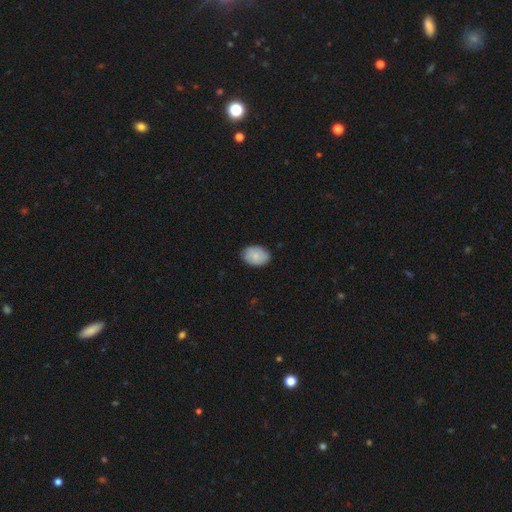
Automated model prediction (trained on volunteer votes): smooth 80%, featured or disk 14%, star or artifact 6%. Down the decision tree: how rounded — in between (78%); merging — none (85%).